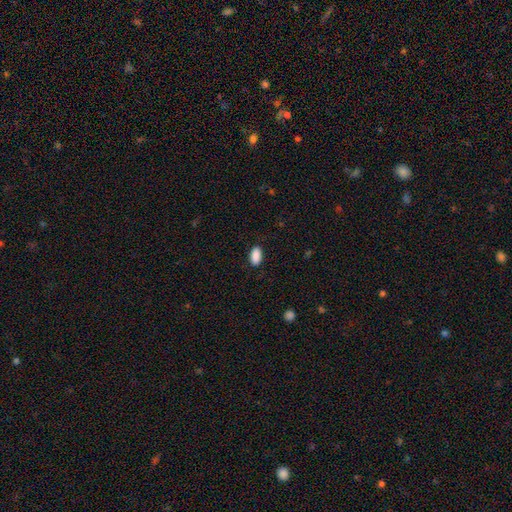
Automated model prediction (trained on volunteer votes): A smooth galaxy with no disk features (90%) that is in between round and cigar-shaped (92%).

Vote fractions:
- Smooth or featured? smooth: 90% / star or artifact: 7% / featured or disk: 3%
- How rounded? in between: 92% / cigar-shaped: 5% / round: 3%
- Merging? none: 87% / minor disturbance: 10% / major disturbance: 2% / merger: 1%